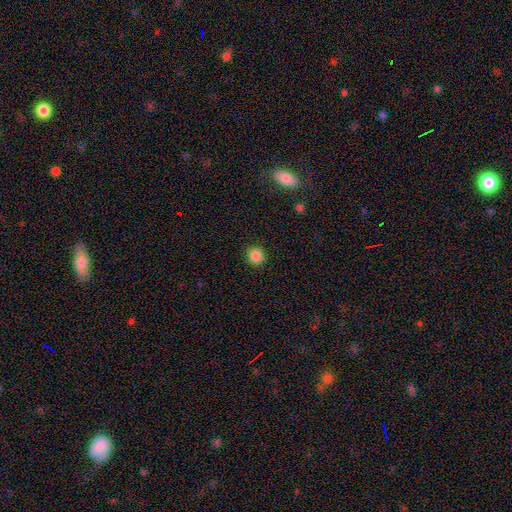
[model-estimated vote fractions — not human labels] A smooth galaxy with no disk features (86%) that is round (93%). Merging: none (92%).